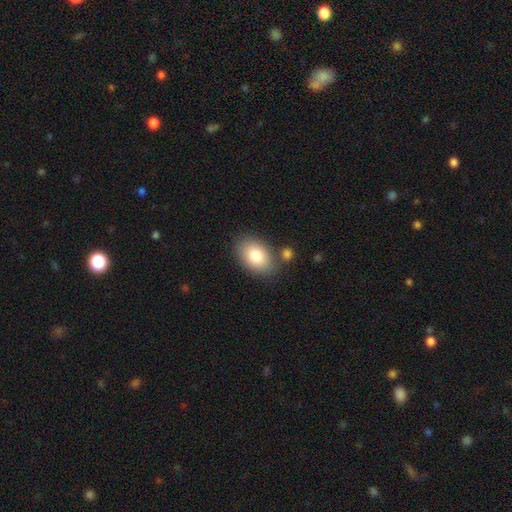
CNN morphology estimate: Smooth or featured: smooth — 84% (featured or disk — 9%)
How rounded: in between — 88% (round — 11%)
Merging: none — 74% (minor disturbance — 13%)